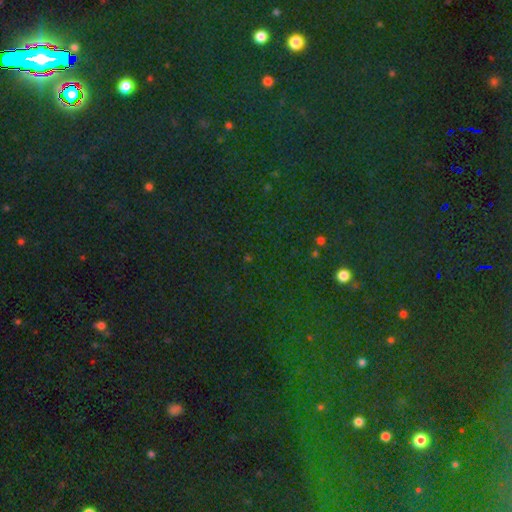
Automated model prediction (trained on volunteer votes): A star or artifact, not a galaxy (81%).